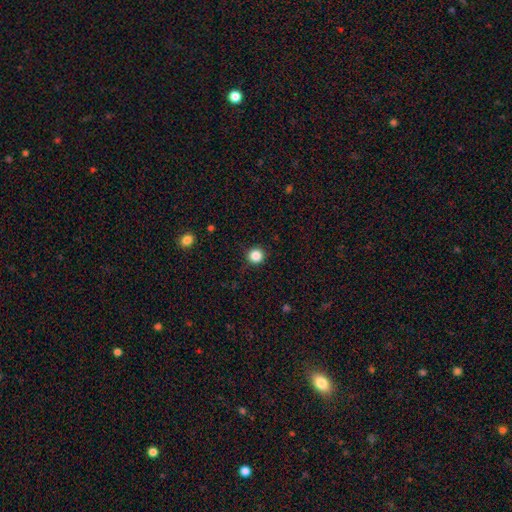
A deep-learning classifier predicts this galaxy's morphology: This appears to be a smooth galaxy with no disk features (85%) that is round (95%). Merging: none (90%).